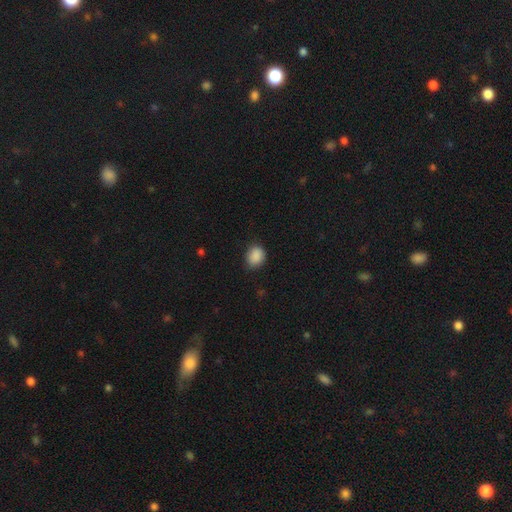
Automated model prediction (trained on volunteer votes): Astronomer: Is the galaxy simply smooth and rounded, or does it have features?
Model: smooth — 89%.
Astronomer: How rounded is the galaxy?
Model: round — 55% (runner-up: in between, 44%).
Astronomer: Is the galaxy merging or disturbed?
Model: none — 81%.